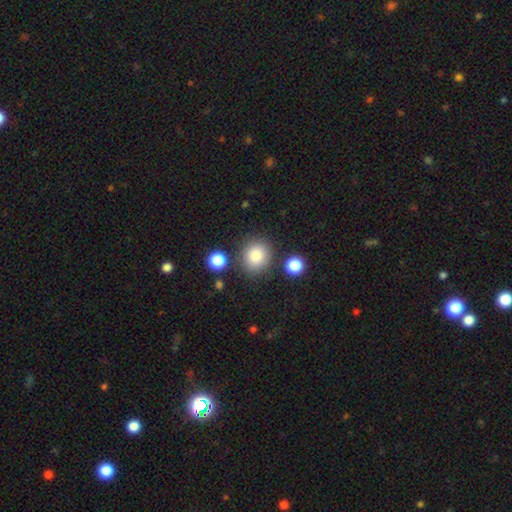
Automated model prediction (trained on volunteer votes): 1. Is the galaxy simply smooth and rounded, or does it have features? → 85% smooth, 10% star or artifact, 5% featured or disk.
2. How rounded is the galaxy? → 80% round, 19% in between, 1% cigar-shaped.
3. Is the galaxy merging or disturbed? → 81% none, 10% minor disturbance, 6% merger, 4% major disturbance.